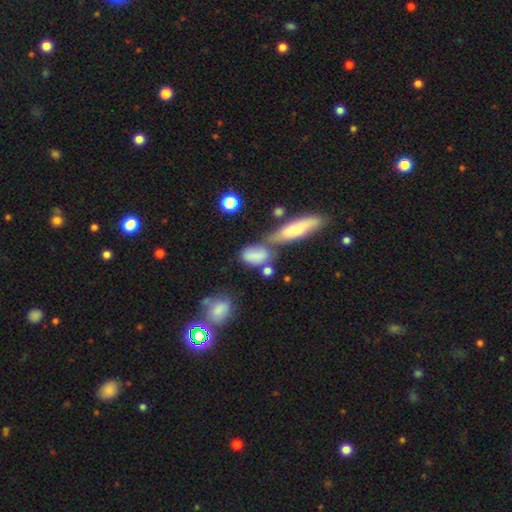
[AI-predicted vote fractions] Smooth or featured? Predicted: smooth (p=0.75). How rounded? Predicted: in between (p=0.82). Merging? Predicted: merger (p=0.36).